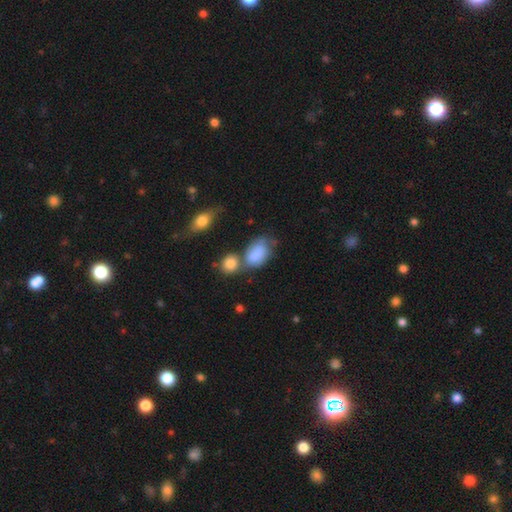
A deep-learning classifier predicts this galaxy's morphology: Smooth or featured?
  - smooth: 78% *
  - featured or disk: 14%
  - star or artifact: 8%
How rounded?
  - in between: 83% *
  - round: 15%
  - cigar-shaped: 2%
Merging?
  - merger: 40% *
  - none: 28%
  - minor disturbance: 20%
  - major disturbance: 12%